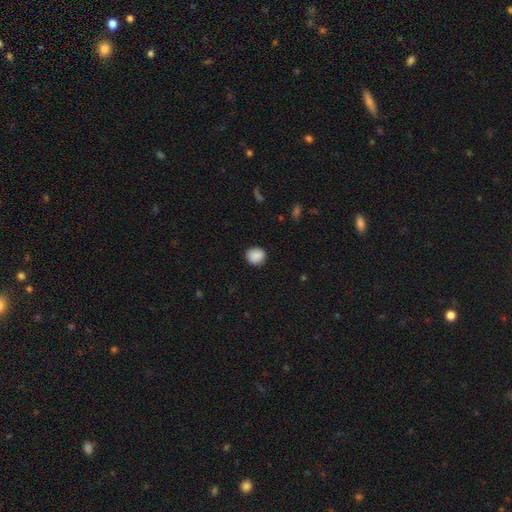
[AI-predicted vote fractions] Smooth or featured? Predicted: smooth (p=0.89). How rounded? Predicted: round (p=0.80). Merging? Predicted: none (p=0.87).